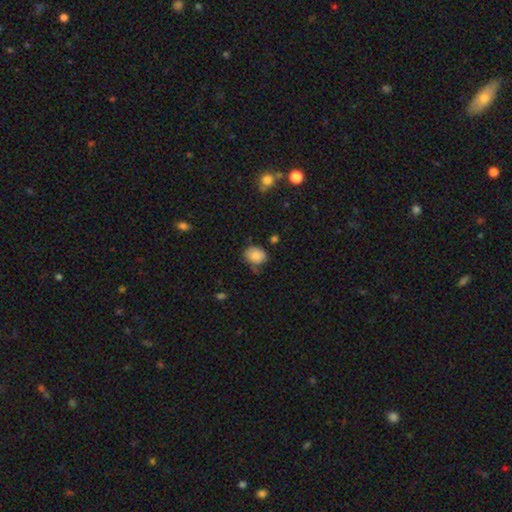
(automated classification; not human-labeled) A smooth galaxy with no disk features (81%) that is round (51%). Merging: none (61%).